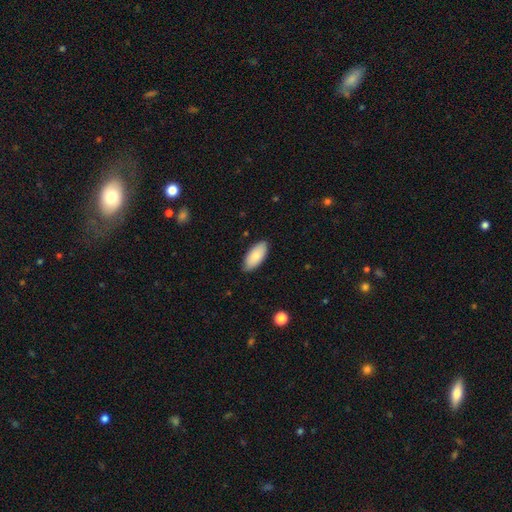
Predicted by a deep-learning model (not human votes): Smooth or featured? Predicted: smooth (p=0.85). How rounded? Predicted: in between (p=0.92). Merging? Predicted: none (p=0.85).